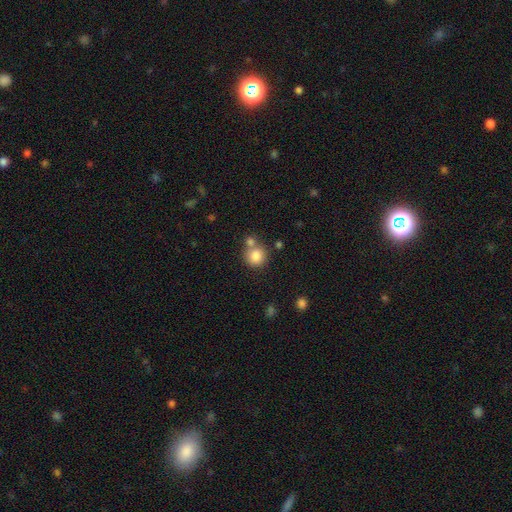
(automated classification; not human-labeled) Q: Smooth or featured?
A: smooth (83%); runner-up: star or artifact (10%)
Q: How rounded?
A: round (90%); runner-up: in between (9%)
Q: Merging?
A: none (58%); runner-up: merger (29%)